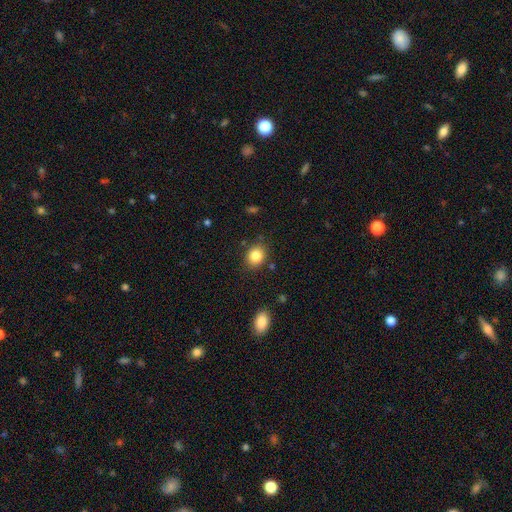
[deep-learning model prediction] smooth 84%, star or artifact 10%, featured or disk 6%. Down the decision tree: how rounded — round (63%); merging — none (83%).